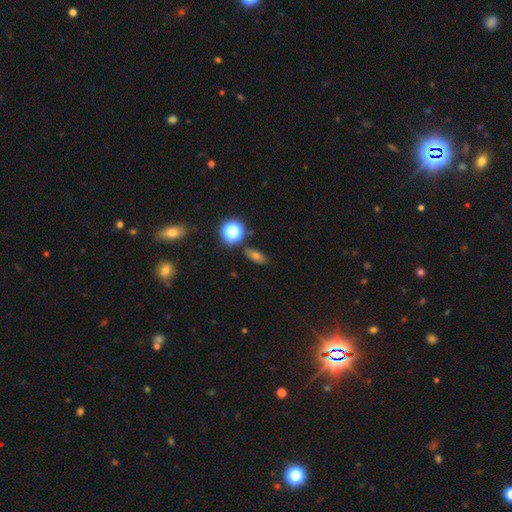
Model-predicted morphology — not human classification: Overall: smooth (54%; star or artifact 30%). How rounded: in between (65%). Merging: none (85%).